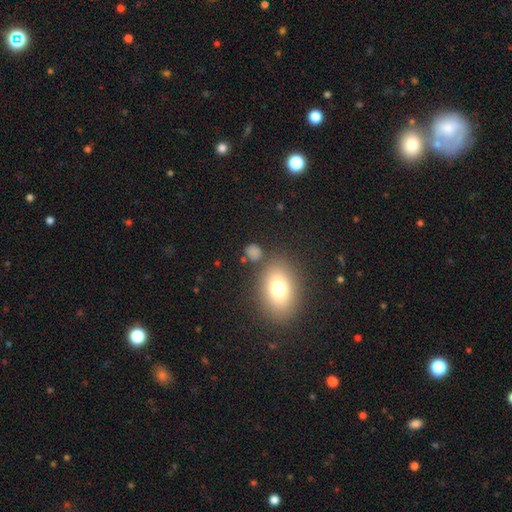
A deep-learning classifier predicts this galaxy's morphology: This is likely a smooth galaxy (71%). How rounded: possibly in between (59%). Merging: likely none (77%).